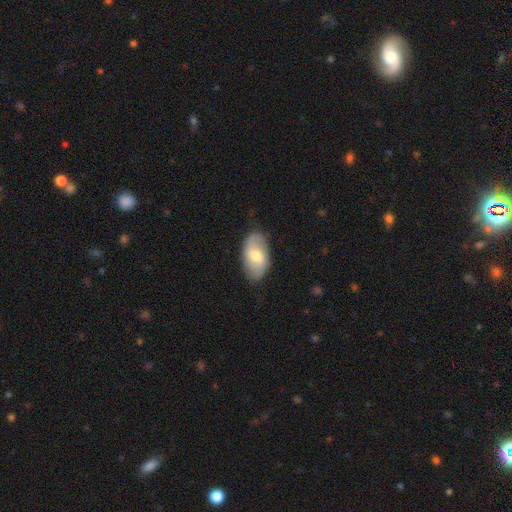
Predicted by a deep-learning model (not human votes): smooth_or_featured: smooth (p=0.53) [alt: featured or disk p=0.41]
how_rounded: in between (p=0.93) [alt: round p=0.05]
merging: none (p=0.79) [alt: minor disturbance p=0.16]